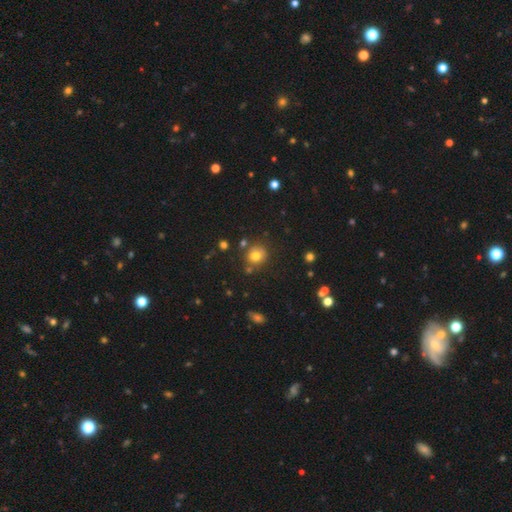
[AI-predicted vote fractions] A smooth galaxy with no disk features (75%) that is round (85%).

Vote fractions:
- Smooth or featured? smooth: 75% / star or artifact: 14% / featured or disk: 12%
- How rounded? round: 85% / in between: 14% / cigar-shaped: 1%
- Merging? none: 76% / minor disturbance: 12% / merger: 8% / major disturbance: 4%